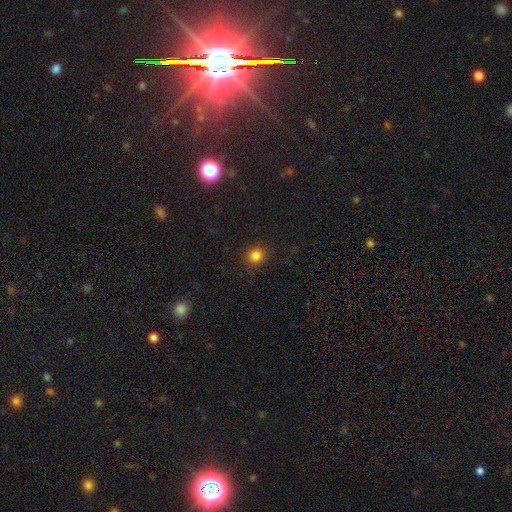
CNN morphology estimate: Q: Smooth or featured?
A: smooth (83%); runner-up: star or artifact (13%)
Q: How rounded?
A: round (87%); runner-up: in between (13%)
Q: Merging?
A: none (87%); runner-up: minor disturbance (9%)